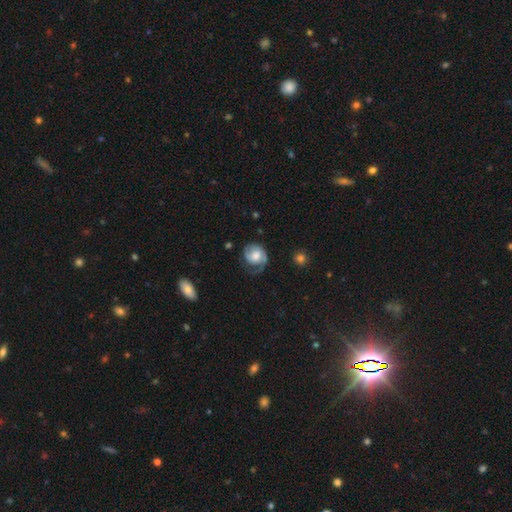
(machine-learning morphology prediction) smooth_or_featured: featured or disk (p=0.63) [alt: smooth p=0.30]
disk_edge_on: no (p=0.98) [alt: yes p=0.02]
bar: no (p=0.65) [alt: weak p=0.30]
has_spiral_arms: yes (p=0.88) [alt: no p=0.12]
spiral_winding: tight (p=0.46) [alt: medium p=0.36]
spiral_arm_count: 2 (p=0.44) [alt: 1 p=0.37]
bulge_size: moderate (p=0.51) [alt: large p=0.28]
merging: none (p=0.50) [alt: minor disturbance p=0.25]